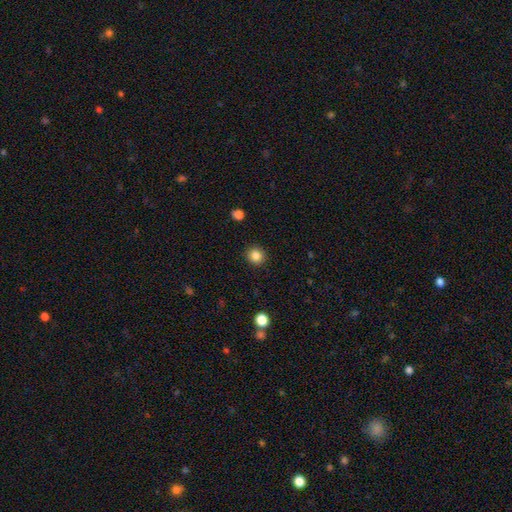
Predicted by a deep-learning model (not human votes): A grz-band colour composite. It shows a smooth galaxy with no disk features (85%) that is round (91%). Merging: none (91%).